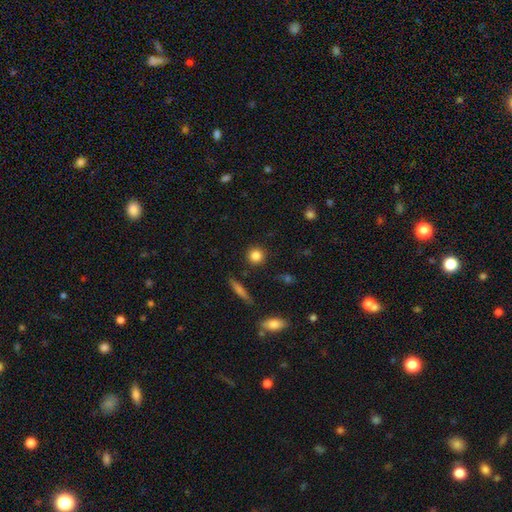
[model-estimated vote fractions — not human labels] This appears to be a smooth galaxy with no disk features (83%) that is round (91%). Merging: none (89%).